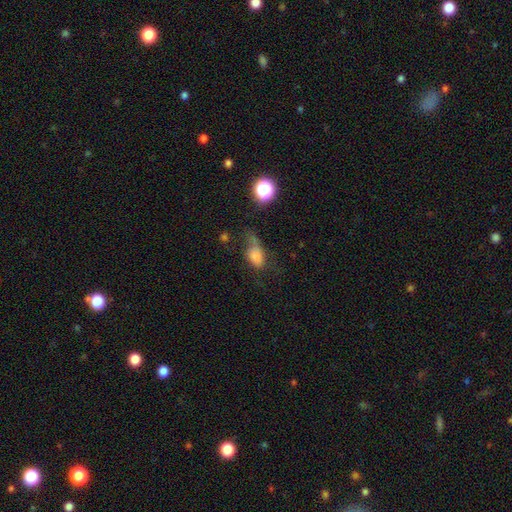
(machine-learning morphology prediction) smooth-or-featured: smooth: 72% | star or artifact: 14% | featured or disk: 14%
  how-rounded: in between: 80% | round: 15% | cigar-shaped: 5%
  merging: major disturbance: 33% | minor disturbance: 30% | none: 29% | merger: 8%